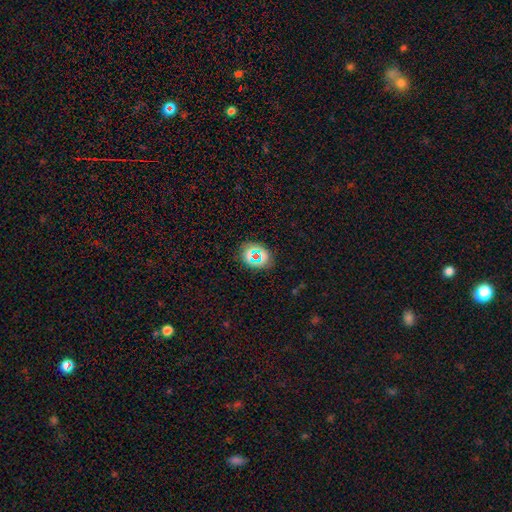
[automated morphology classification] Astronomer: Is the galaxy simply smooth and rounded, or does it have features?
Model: star or artifact — 52% (runner-up: smooth, 36%).